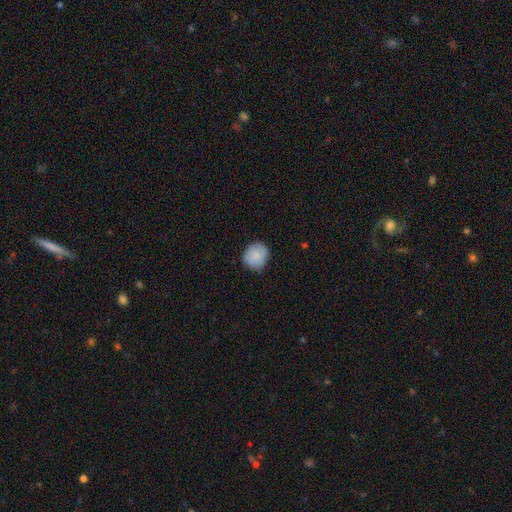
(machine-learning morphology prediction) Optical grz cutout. It shows a smooth galaxy with no disk features (85%) that is round (82%). Merging: none (78%).